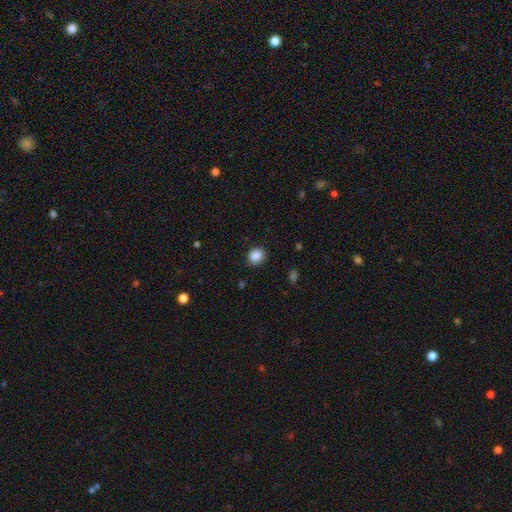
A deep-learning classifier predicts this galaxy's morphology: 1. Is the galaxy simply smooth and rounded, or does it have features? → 87% smooth, 9% star or artifact, 3% featured or disk.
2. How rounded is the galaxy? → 83% round, 16% in between, 1% cigar-shaped.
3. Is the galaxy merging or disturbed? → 88% none, 9% minor disturbance, 2% major disturbance, 1% merger.